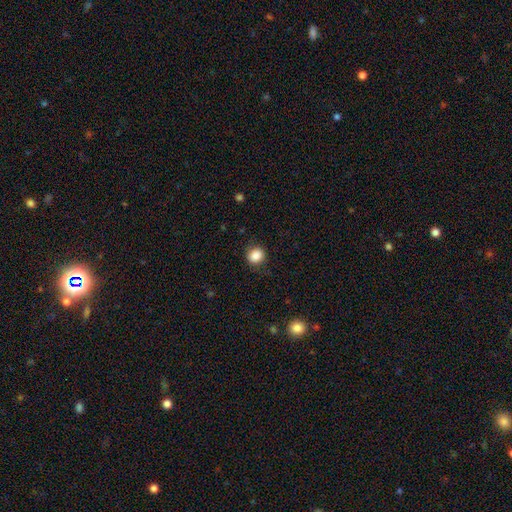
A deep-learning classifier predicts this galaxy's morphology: A smooth galaxy with no disk features (86%) that is round (87%).

Vote fractions:
- Smooth or featured? smooth: 86% / star or artifact: 10% / featured or disk: 4%
- How rounded? round: 87% / in between: 12% / cigar-shaped: 1%
- Merging? none: 87% / minor disturbance: 9% / major disturbance: 3% / merger: 1%